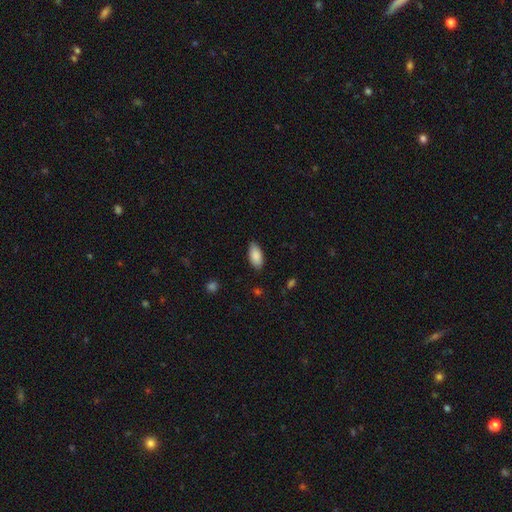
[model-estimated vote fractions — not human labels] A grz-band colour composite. It shows a smooth galaxy with no disk features (89%) that is in between round and cigar-shaped (92%). Merging: none (86%).